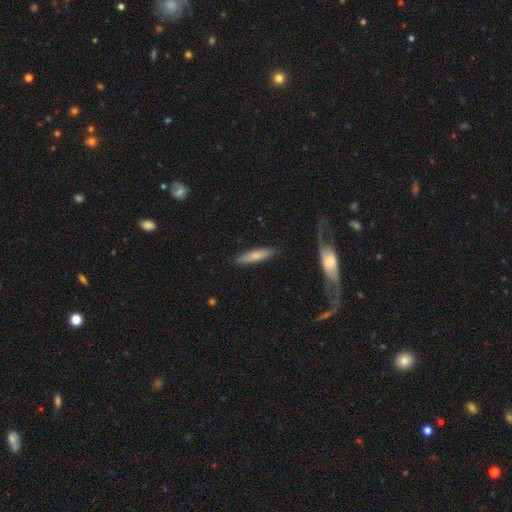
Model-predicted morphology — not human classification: Smooth or featured: smooth — 71% (featured or disk — 24%)
How rounded: cigar-shaped — 78% (in between — 20%)
Merging: none — 85% (minor disturbance — 11%)